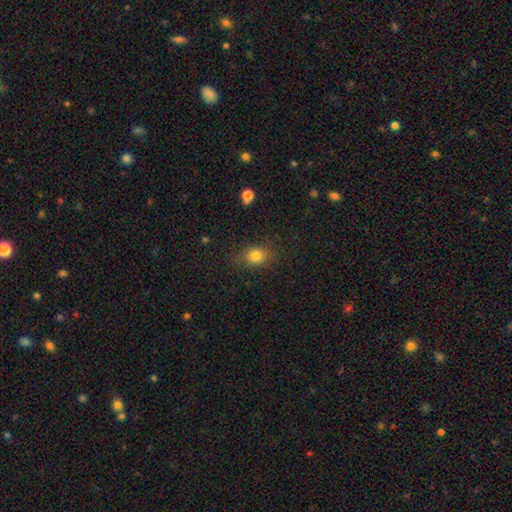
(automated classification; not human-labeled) smooth_or_featured: smooth (p=0.80) [alt: star or artifact p=0.12]
how_rounded: in between (p=0.59) [alt: round p=0.39]
merging: none (p=0.77) [alt: minor disturbance p=0.16]